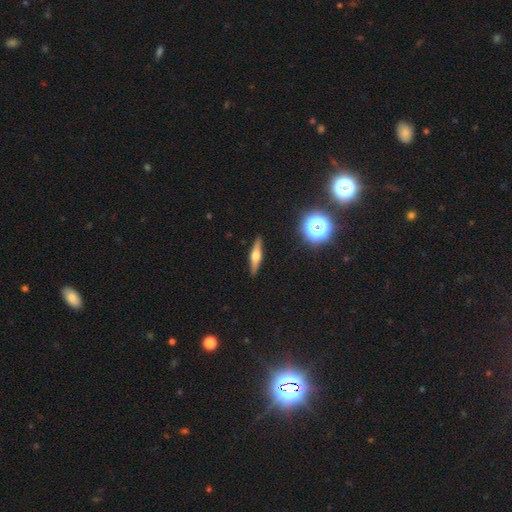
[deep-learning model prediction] Morphology: type=featured or disk (63%); edge-on=yes (96%); edge-on bulge=rounded (92%); merging=none (91%).